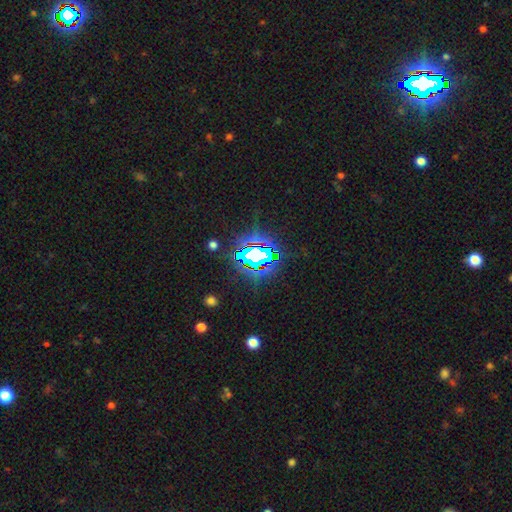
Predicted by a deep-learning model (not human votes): This is likely a star or artifact rather than a galaxy (73%).